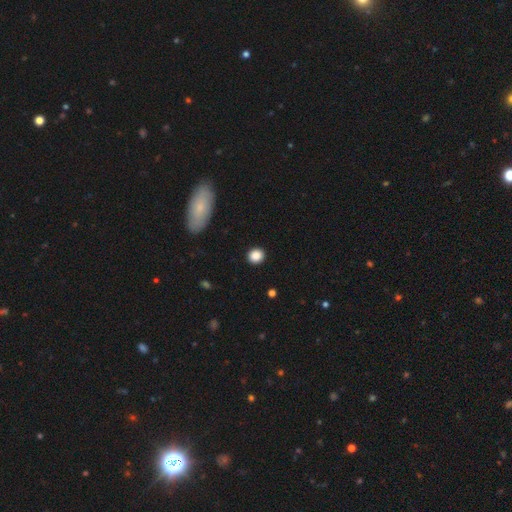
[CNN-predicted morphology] Smooth or featured: smooth — 87% (star or artifact — 9%)
How rounded: round — 85% (in between — 14%)
Merging: none — 91% (minor disturbance — 6%)